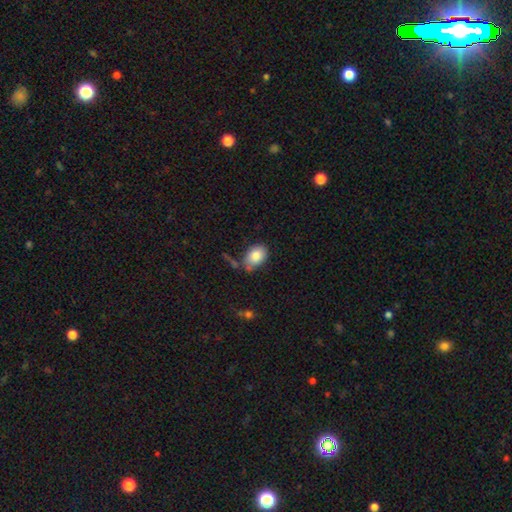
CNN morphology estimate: Smooth or featured?
  - smooth: 83% *
  - featured or disk: 9%
  - star or artifact: 7%
How rounded?
  - in between: 83% *
  - round: 15%
  - cigar-shaped: 1%
Merging?
  - none: 64% *
  - minor disturbance: 21%
  - merger: 9%
  - major disturbance: 6%